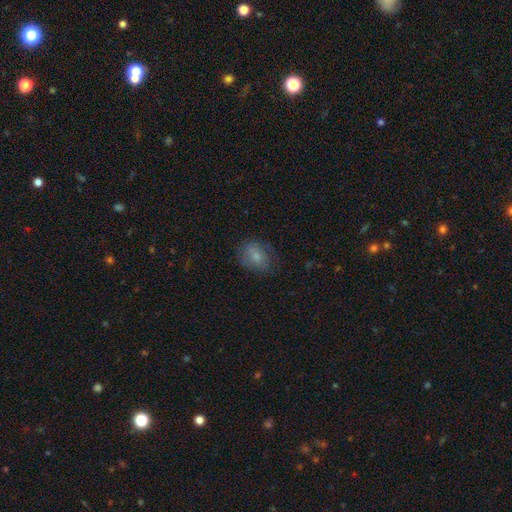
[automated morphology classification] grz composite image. It shows a smooth galaxy with no disk features (74%) that is in between round and cigar-shaped (62%). Merging: none (69%).